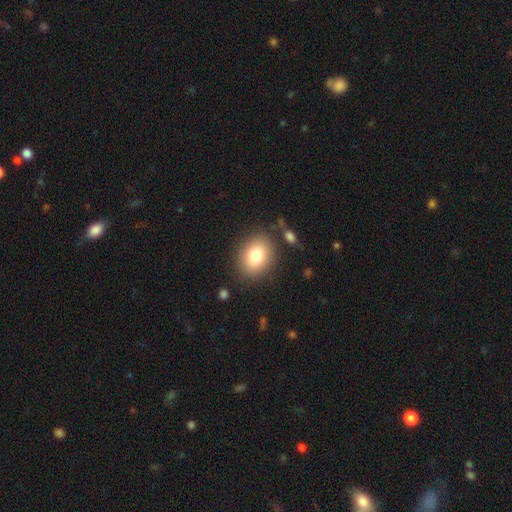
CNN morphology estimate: This appears to be a smooth galaxy with no disk features (81%) that is in between round and cigar-shaped (59%). Merging: none (83%).